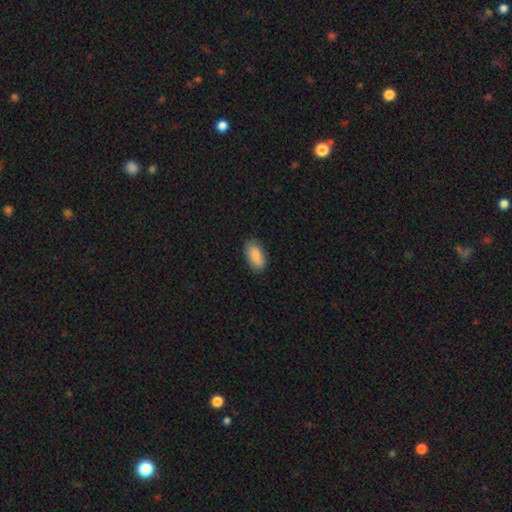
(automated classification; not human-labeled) Overall: smooth (87%). How rounded: in between (92%). Merging: none (82%).